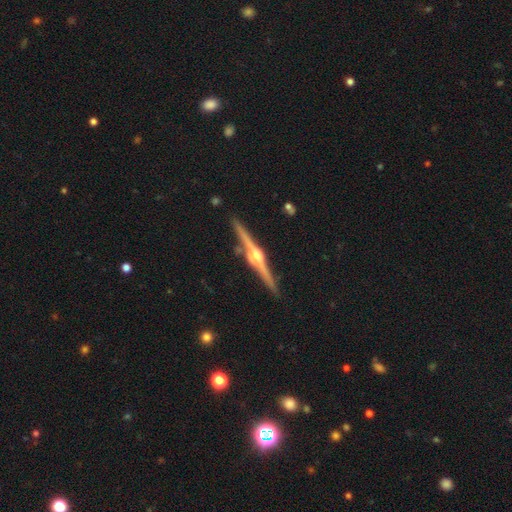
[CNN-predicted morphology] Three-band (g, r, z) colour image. It shows a featured or disk galaxy (89%) viewed edge-on (99%) with a rounded central bulge (94%). Merging: none (90%).